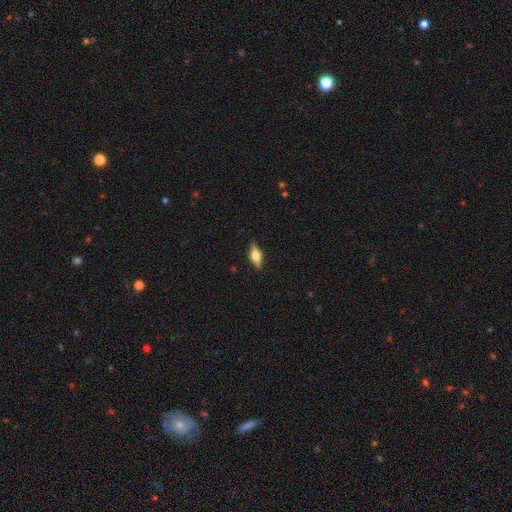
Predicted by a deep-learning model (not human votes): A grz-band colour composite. It shows a featured or disk galaxy (57%) viewed edge-on (95%) with a rounded central bulge (91%). Merging: none (86%).